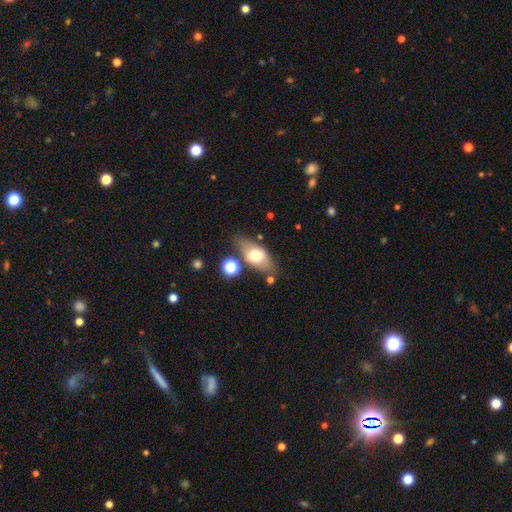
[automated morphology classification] Smooth or featured? smooth (61%)
How rounded? in between (80%)
Merging? none (71%)